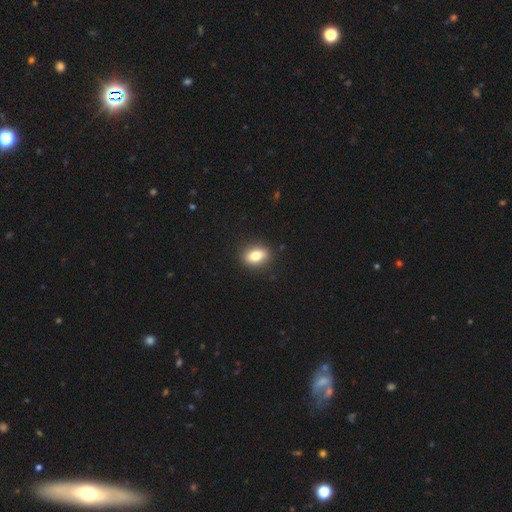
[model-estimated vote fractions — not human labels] Overall: smooth (80%). How rounded: in between (71%). Merging: none (89%).